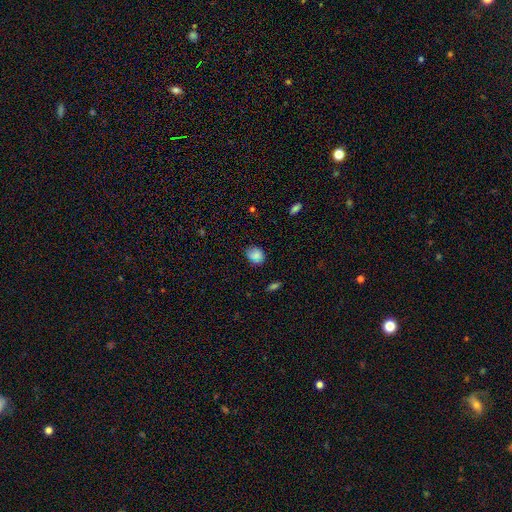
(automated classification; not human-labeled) smooth 79%, star or artifact 11%, featured or disk 10%. Down the decision tree: how rounded — round (64%); merging — none (75%).